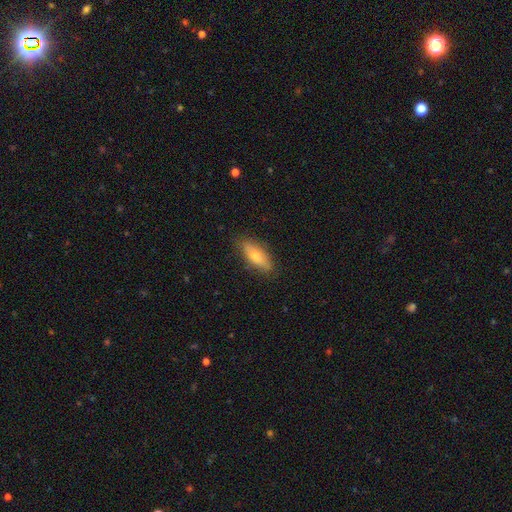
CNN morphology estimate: Smooth or featured?
  - smooth: 72% *
  - featured or disk: 21%
  - star or artifact: 6%
How rounded?
  - in between: 72% *
  - cigar-shaped: 26%
  - round: 3%
Merging?
  - none: 82% *
  - minor disturbance: 15%
  - major disturbance: 3%
  - merger: 1%